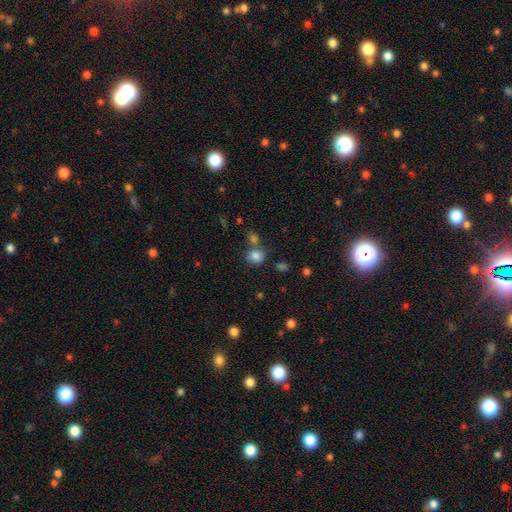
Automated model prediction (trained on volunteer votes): Smooth or featured: smooth — 83% (star or artifact — 11%)
How rounded: round — 70% (in between — 29%)
Merging: none — 62% (merger — 21%)